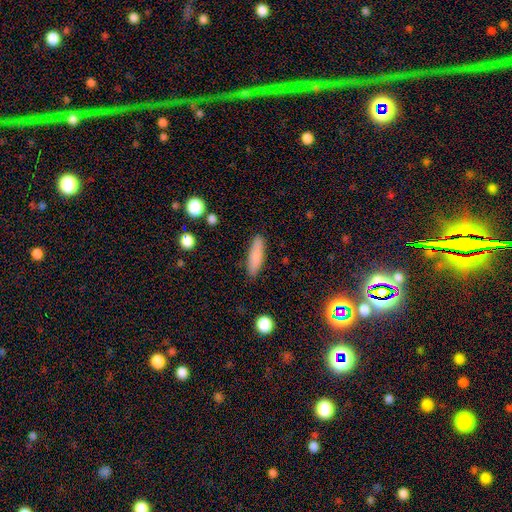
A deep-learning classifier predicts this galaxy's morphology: This appears to be a smooth galaxy with no disk features (84%) that is cigar-shaped (65%). Merging: none (88%).